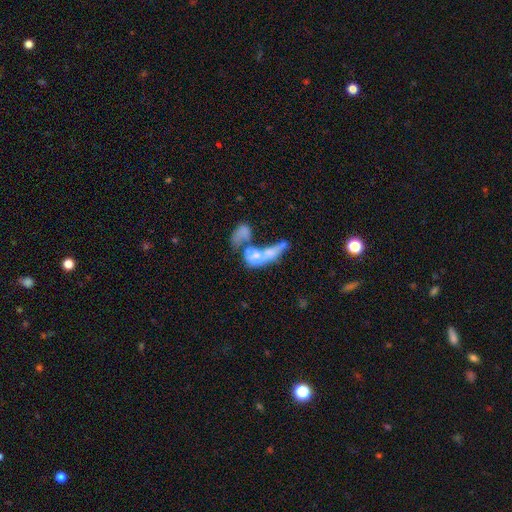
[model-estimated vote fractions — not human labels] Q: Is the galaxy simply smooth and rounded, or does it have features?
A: smooth — 47%.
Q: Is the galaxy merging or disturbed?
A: merger — 69%.